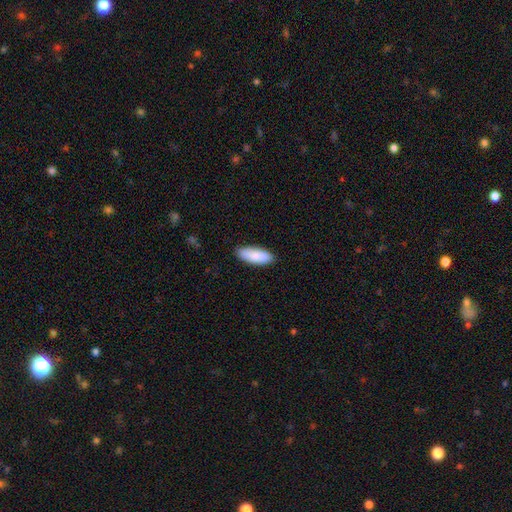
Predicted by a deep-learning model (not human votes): Q: Smooth or featured?
A: smooth (84%); runner-up: featured or disk (11%)
Q: How rounded?
A: in between (79%); runner-up: cigar-shaped (19%)
Q: Merging?
A: none (88%); runner-up: minor disturbance (9%)